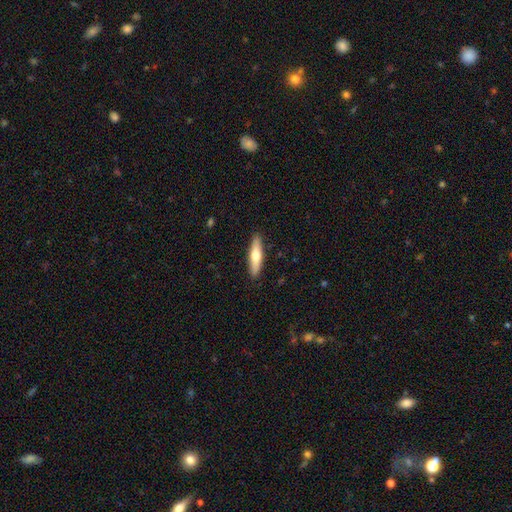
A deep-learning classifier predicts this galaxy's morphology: A smooth galaxy with no disk features (57%) that is cigar-shaped (77%).

Vote fractions:
- Smooth or featured? smooth: 57% / featured or disk: 38% / star or artifact: 5%
- How rounded? cigar-shaped: 77% / in between: 22% / round: 2%
- Merging? none: 90% / minor disturbance: 7% / major disturbance: 2% / merger: 1%